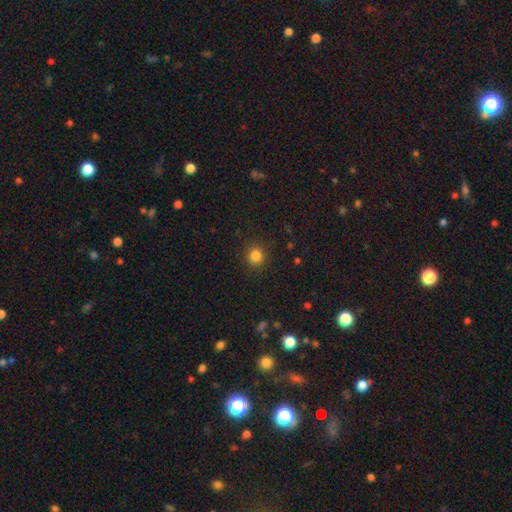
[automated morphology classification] smooth 83%, star or artifact 12%, featured or disk 4%. Down the decision tree: how rounded — round (91%); merging — none (90%).